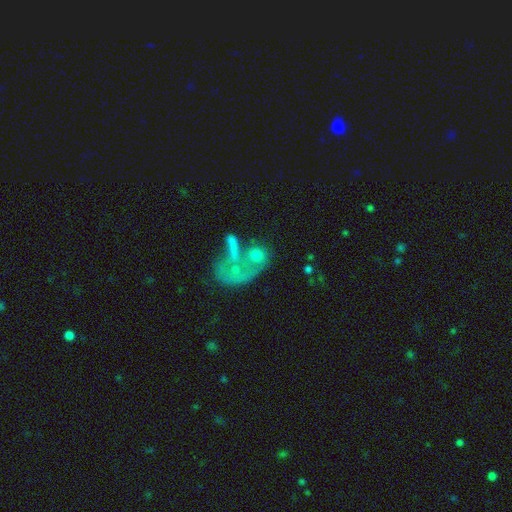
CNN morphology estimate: smooth_or_featured: smooth (p=0.44) [alt: featured or disk p=0.41]
merging: merger (p=0.49) [alt: major disturbance p=0.24]